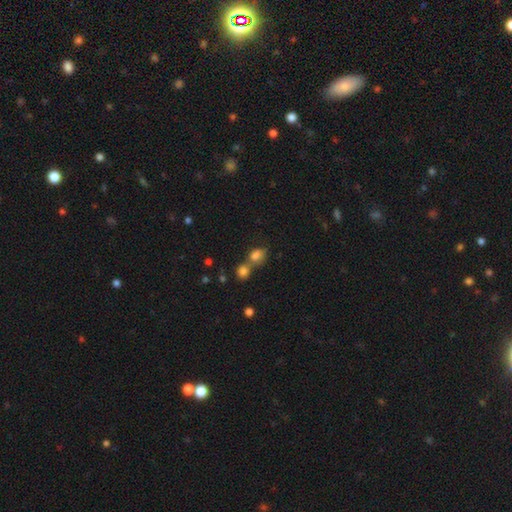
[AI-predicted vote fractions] smooth-or-featured: smooth: 81% | star or artifact: 11% | featured or disk: 8%
  how-rounded: in between: 54% | round: 44% | cigar-shaped: 2%
  merging: merger: 54% | none: 33% | minor disturbance: 9% | major disturbance: 4%